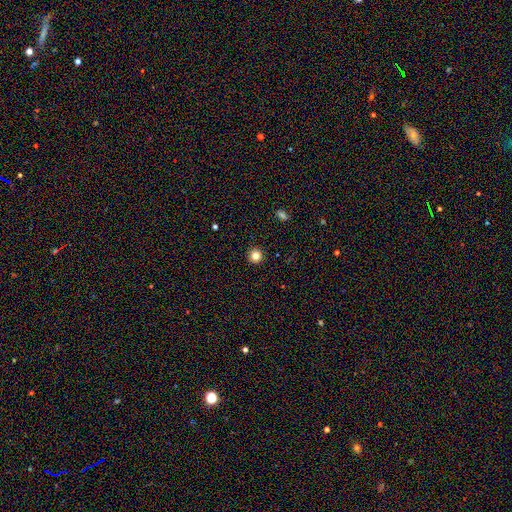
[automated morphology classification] smooth 82%, star or artifact 12%, featured or disk 6%. Down the decision tree: how rounded — round (95%); merging — none (93%).